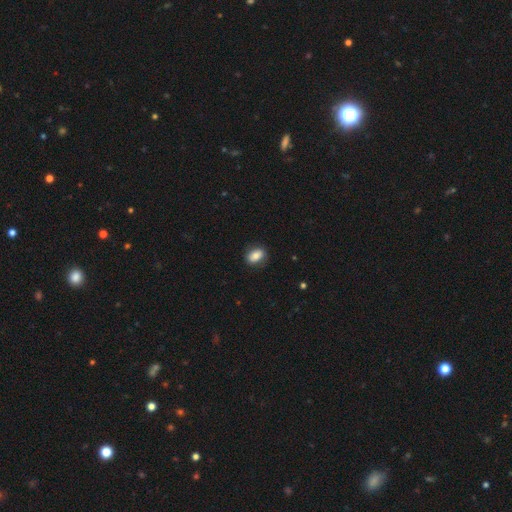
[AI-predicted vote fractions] Q: Smooth or featured?
A: smooth (78%); runner-up: featured or disk (14%)
Q: How rounded?
A: in between (79%); runner-up: round (19%)
Q: Merging?
A: none (83%); runner-up: minor disturbance (13%)